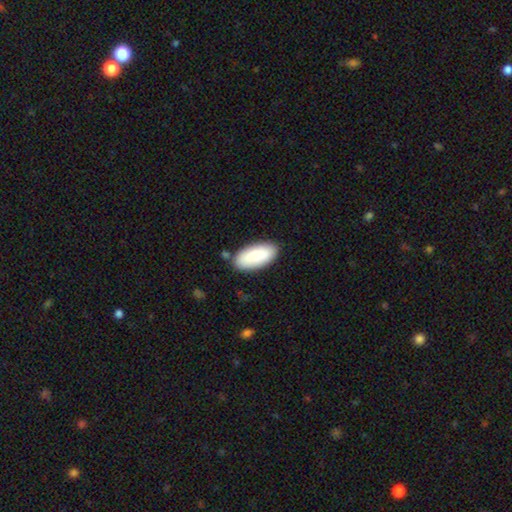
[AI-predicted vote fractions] Q: Smooth or featured?
A: smooth (86%); runner-up: featured or disk (8%)
Q: How rounded?
A: in between (90%); runner-up: cigar-shaped (8%)
Q: Merging?
A: none (83%); runner-up: minor disturbance (11%)